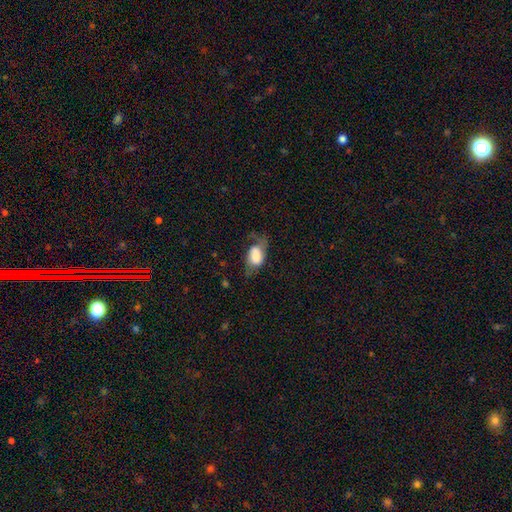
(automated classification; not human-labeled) smooth_or_featured: smooth (p=0.63) [alt: featured or disk p=0.29]
how_rounded: in between (p=0.89) [alt: round p=0.08]
merging: none (p=0.37) [alt: major disturbance p=0.30]